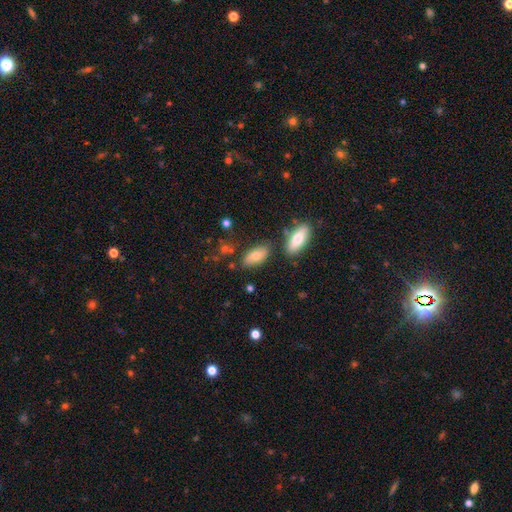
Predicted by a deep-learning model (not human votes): The model was most divided on "smooth or featured": smooth: 70%, featured or disk: 22%, star or artifact: 9%. More confident: how rounded — in between (89%); merging — none (71%).